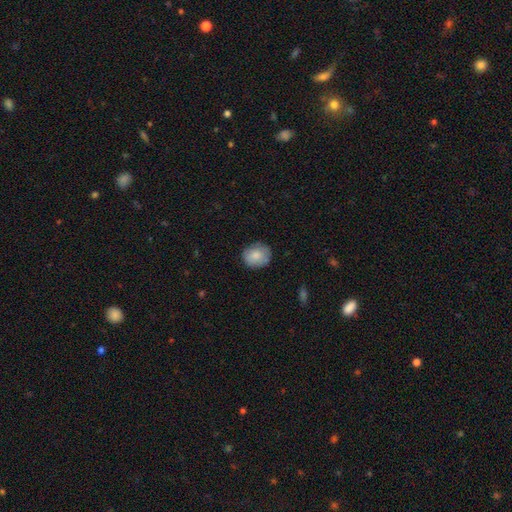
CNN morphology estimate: Smooth or featured: smooth — 82% (featured or disk — 11%)
How rounded: round — 74% (in between — 25%)
Merging: none — 79% (minor disturbance — 17%)